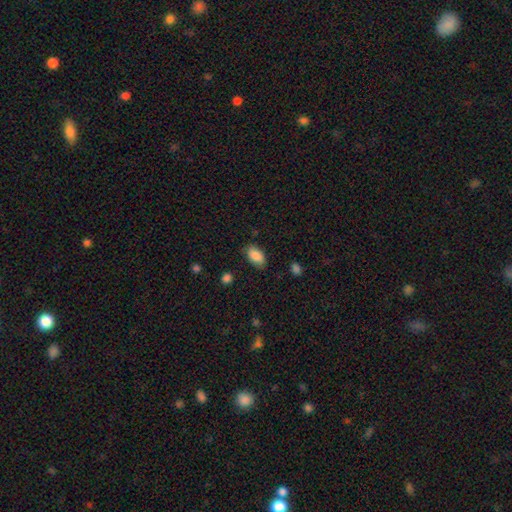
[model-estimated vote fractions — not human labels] Smooth or featured?
  - smooth: 88% *
  - star or artifact: 7%
  - featured or disk: 5%
How rounded?
  - in between: 93% *
  - round: 5%
  - cigar-shaped: 2%
Merging?
  - none: 79% *
  - minor disturbance: 16%
  - major disturbance: 4%
  - merger: 1%